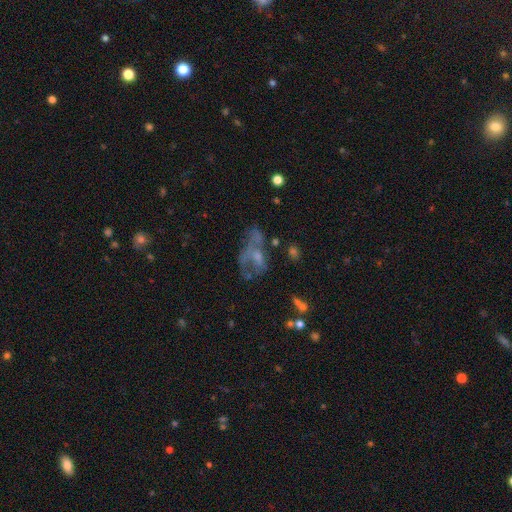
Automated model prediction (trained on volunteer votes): featured or disk 52%, smooth 31%, star or artifact 16%. Down the decision tree: edge-on disk — no (95%); merging — major disturbance (42%).